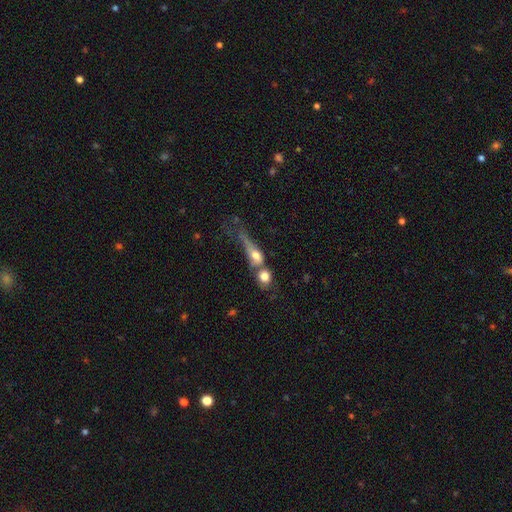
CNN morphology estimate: Overall: smooth (59%; featured or disk 29%). How rounded: in between (43%; round 36%). Merging: merger (60%).